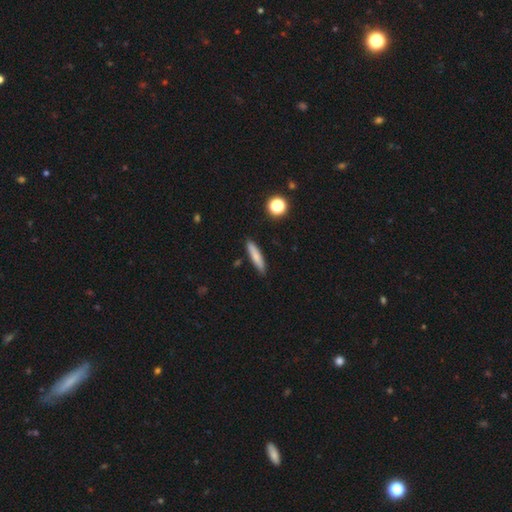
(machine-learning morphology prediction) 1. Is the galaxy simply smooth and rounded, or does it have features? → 77% smooth, 15% featured or disk, 8% star or artifact.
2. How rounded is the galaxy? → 86% cigar-shaped, 12% in between, 2% round.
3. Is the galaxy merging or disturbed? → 86% none, 10% minor disturbance, 2% merger, 2% major disturbance.